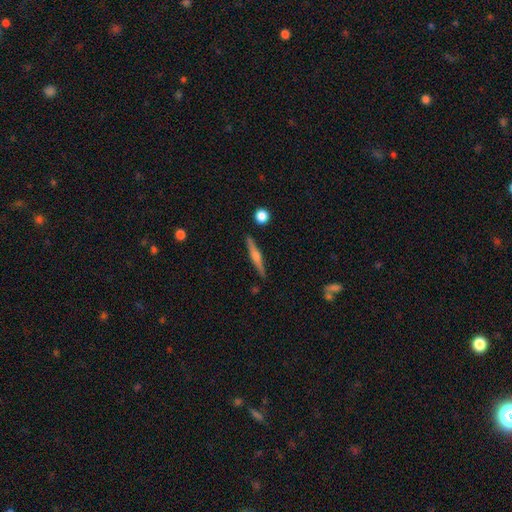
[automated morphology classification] A featured or disk galaxy (64%) viewed edge-on (98%) with a rounded central bulge (79%).

Vote fractions:
- Smooth or featured? featured or disk: 64% / smooth: 29% / star or artifact: 6%
- Edge-on disk? yes: 98% / no: 2%
- Edge-on bulge? rounded: 79% / boxy: 12% / none: 8%
- Merging? none: 88% / minor disturbance: 8% / merger: 2% / major disturbance: 2%